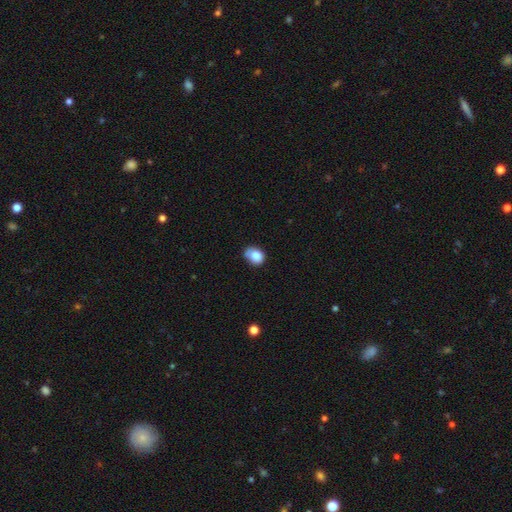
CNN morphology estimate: Smooth or featured? Predicted: smooth (p=0.82). How rounded? Predicted: round (p=0.52). Merging? Predicted: none (p=0.50).